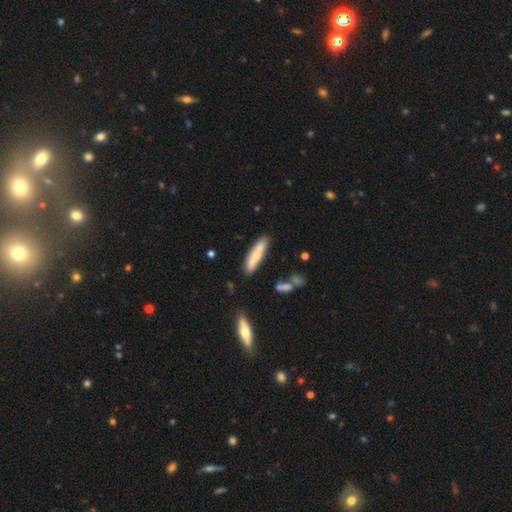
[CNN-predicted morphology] Q: Smooth or featured?
A: smooth (58%); runner-up: featured or disk (36%)
Q: How rounded?
A: cigar-shaped (75%); runner-up: in between (23%)
Q: Merging?
A: none (64%); runner-up: minor disturbance (19%)